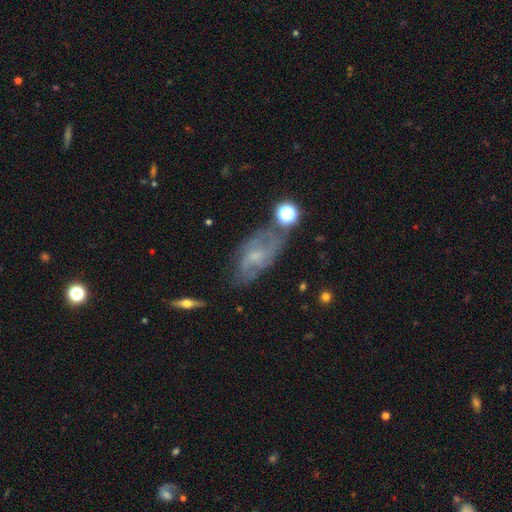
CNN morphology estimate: type=featured or disk (66%); edge-on=no (91%); bar=no (58%); spiral arms=yes (81%); bulge=small (61%); merging=none (60%).